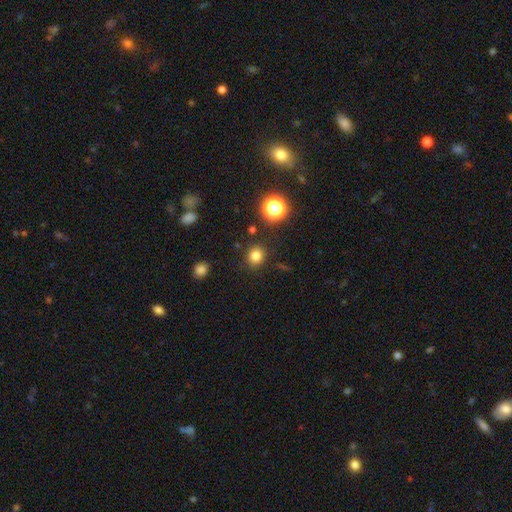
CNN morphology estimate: smooth_or_featured: smooth (p=0.80) [alt: star or artifact p=0.15]
how_rounded: round (p=0.83) [alt: in between p=0.16]
merging: none (p=0.88) [alt: minor disturbance p=0.08]